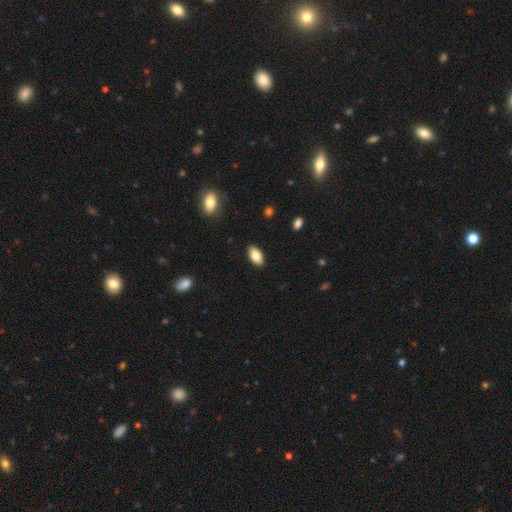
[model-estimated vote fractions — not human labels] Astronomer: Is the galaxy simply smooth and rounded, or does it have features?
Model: smooth — 82%.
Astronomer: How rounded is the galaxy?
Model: in between — 92%.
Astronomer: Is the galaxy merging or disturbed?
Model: none — 89%.